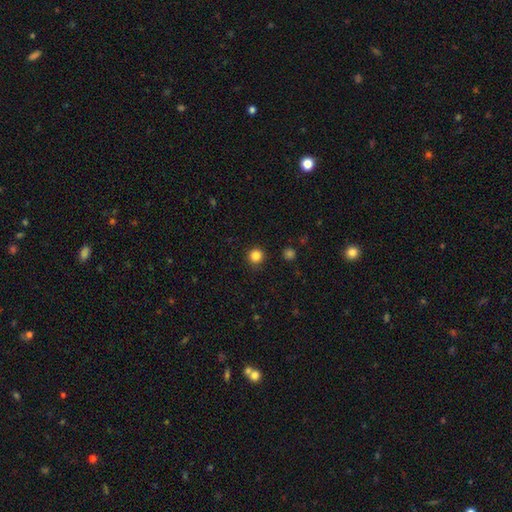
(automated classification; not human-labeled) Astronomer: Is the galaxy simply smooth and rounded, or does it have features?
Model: smooth — 84%.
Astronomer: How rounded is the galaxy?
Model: round — 95%.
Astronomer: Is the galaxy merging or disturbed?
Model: none — 91%.